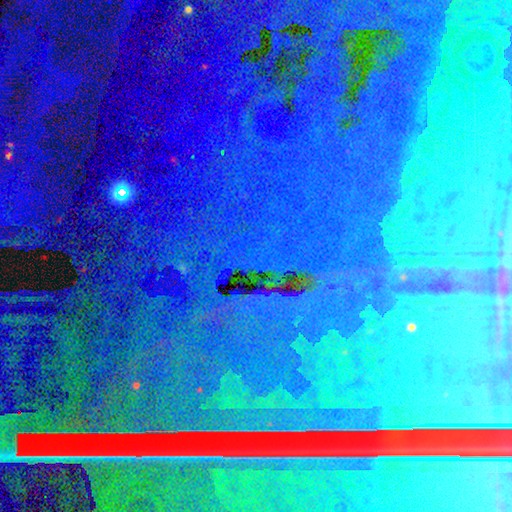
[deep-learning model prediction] Q: Smooth or featured?
A: star or artifact (85%); runner-up: featured or disk (8%)